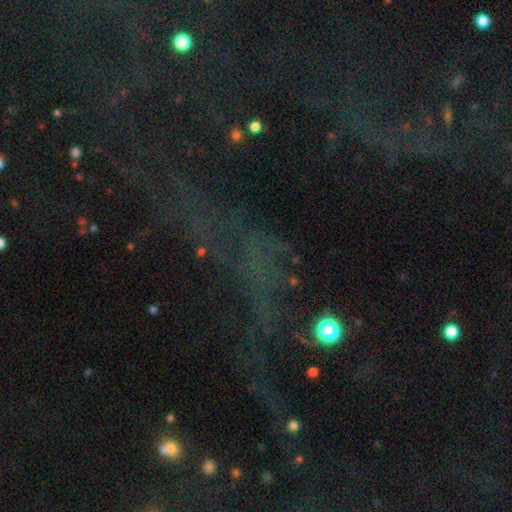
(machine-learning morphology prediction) The model was most divided on "smooth or featured": star or artifact: 70%, smooth: 15%, featured or disk: 15%.